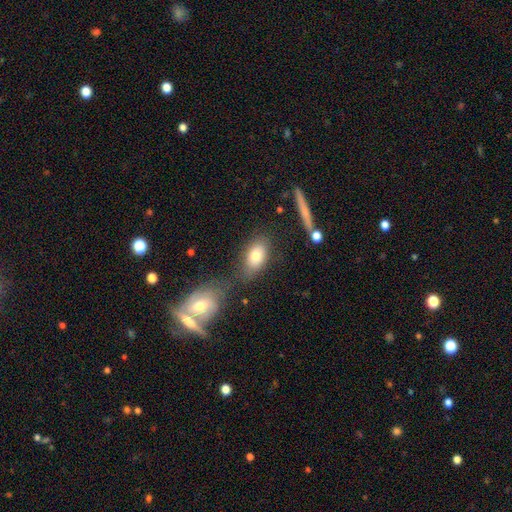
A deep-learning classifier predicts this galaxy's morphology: This is likely a smooth galaxy (78%). How rounded: clearly in between (86%). Merging: likely none (67%).